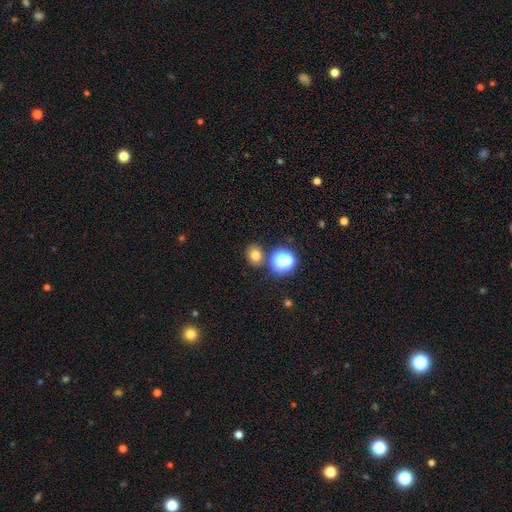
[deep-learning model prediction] smooth-or-featured: smooth: 73% | star or artifact: 19% | featured or disk: 8%
  how-rounded: round: 66% | in between: 33% | cigar-shaped: 1%
  merging: none: 79% | merger: 9% | minor disturbance: 9% | major disturbance: 3%